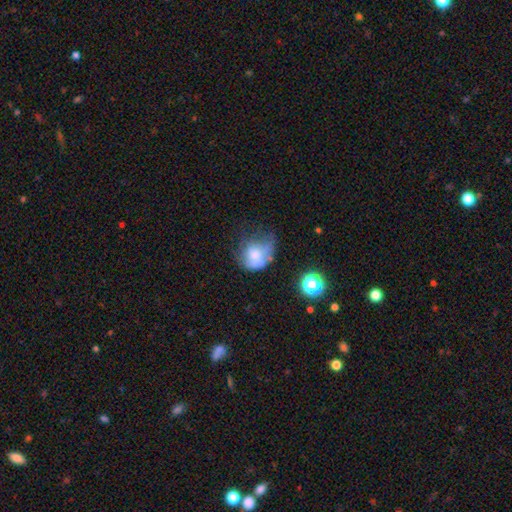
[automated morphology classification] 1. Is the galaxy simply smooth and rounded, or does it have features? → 57% smooth, 31% featured or disk, 12% star or artifact.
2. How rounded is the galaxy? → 59% round, 40% in between, 1% cigar-shaped.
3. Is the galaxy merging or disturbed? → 39% major disturbance, 30% minor disturbance, 25% none, 7% merger.